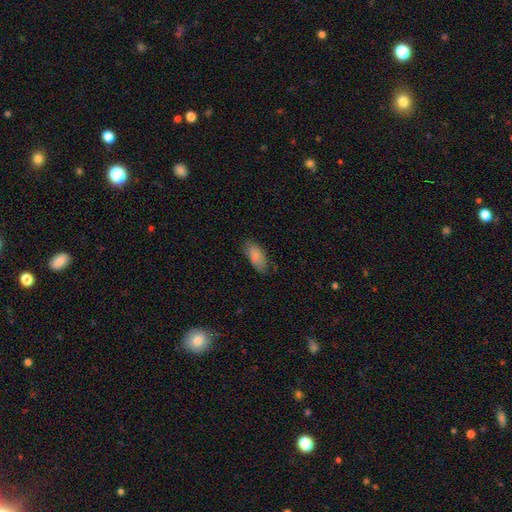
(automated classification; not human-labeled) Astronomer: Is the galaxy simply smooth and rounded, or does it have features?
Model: smooth — 84%.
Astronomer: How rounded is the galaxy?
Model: in between — 91%.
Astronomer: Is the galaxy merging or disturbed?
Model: none — 67%.